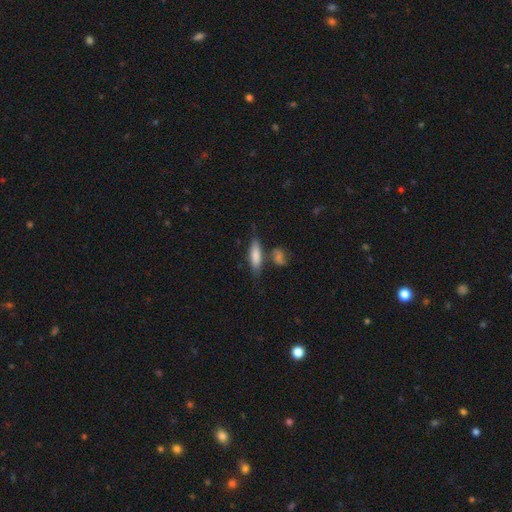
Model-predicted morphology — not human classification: This is likely a smooth galaxy (75%). How rounded: possibly cigar-shaped (58%). Merging: likely none (61%).